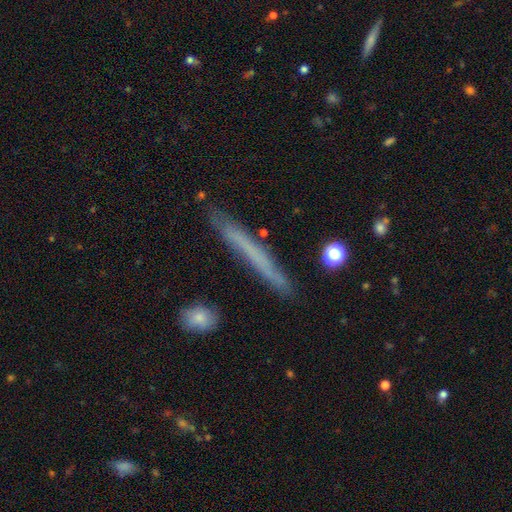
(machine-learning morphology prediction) The model was most divided on "smooth or featured": smooth: 52%, featured or disk: 40%, star or artifact: 8%. More confident: how rounded — cigar-shaped (96%); merging — none (85%).